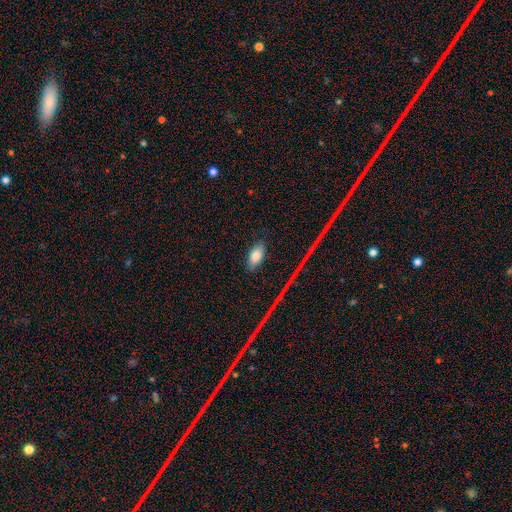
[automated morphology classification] Smooth or featured: smooth — 80% (star or artifact — 10%)
How rounded: in between — 92% (round — 6%)
Merging: none — 83% (minor disturbance — 13%)